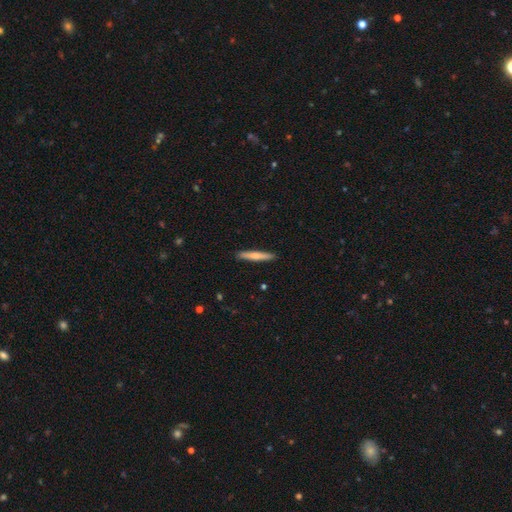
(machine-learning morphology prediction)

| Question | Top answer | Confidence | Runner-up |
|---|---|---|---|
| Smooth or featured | smooth | 63% | featured or disk (32%) |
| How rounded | cigar-shaped | 94% | in between (5%) |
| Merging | none | 91% | minor disturbance (6%) |